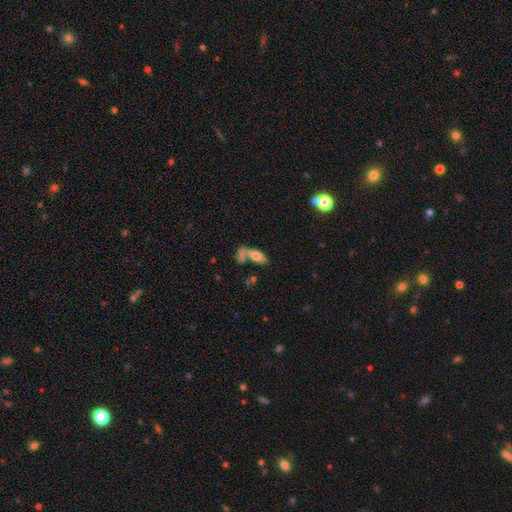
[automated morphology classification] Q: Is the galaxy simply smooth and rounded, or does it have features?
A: smooth — 69%.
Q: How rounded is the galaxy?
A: in between — 71%.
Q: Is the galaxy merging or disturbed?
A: none — 42%.